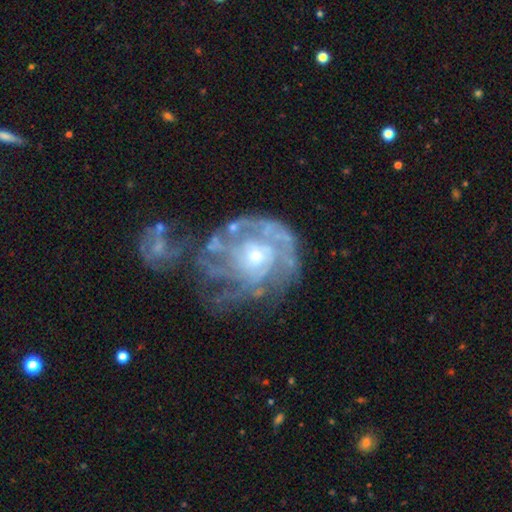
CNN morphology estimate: featured or disk 84%, smooth 9%, star or artifact 7%. Down the decision tree: edge-on disk — no (97%); bar — no (80%); spiral arms — yes (85%); spiral arm count — can't tell (46%); spiral winding — tight (65%); bulge size — small (52%); merging — none (39%).